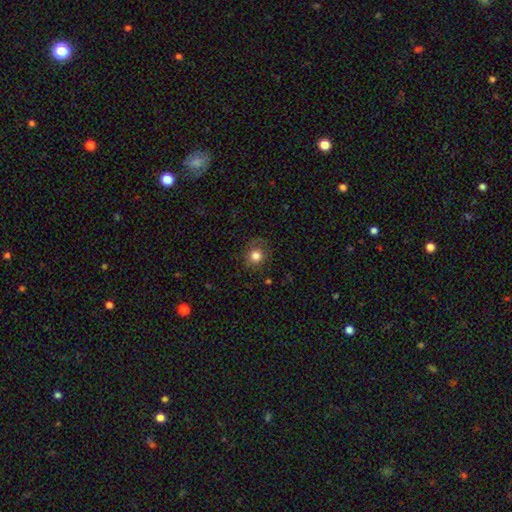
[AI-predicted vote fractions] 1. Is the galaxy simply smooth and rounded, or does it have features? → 78% smooth, 11% star or artifact, 11% featured or disk.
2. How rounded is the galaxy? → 86% round, 14% in between, 1% cigar-shaped.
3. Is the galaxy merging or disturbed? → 77% none, 15% minor disturbance, 6% major disturbance, 1% merger.